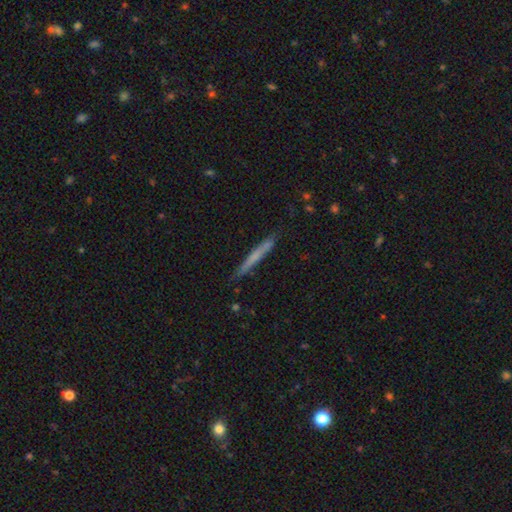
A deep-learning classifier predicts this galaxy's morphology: Smooth or featured: smooth — 52% (featured or disk — 41%)
How rounded: cigar-shaped — 96% (in between — 2%)
Merging: none — 86% (minor disturbance — 11%)